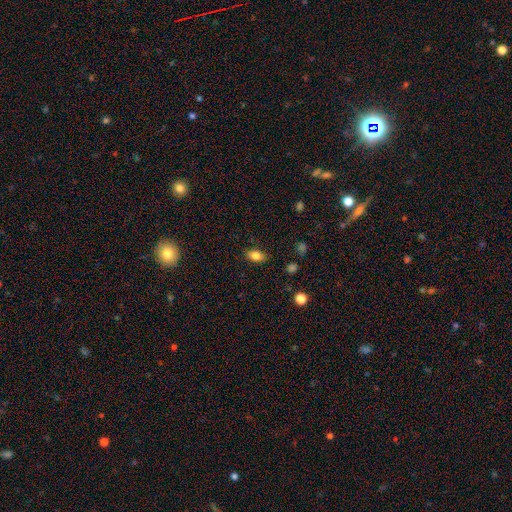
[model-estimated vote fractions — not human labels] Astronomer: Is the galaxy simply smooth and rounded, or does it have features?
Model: smooth — 82%.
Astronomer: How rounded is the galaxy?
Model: in between — 87%.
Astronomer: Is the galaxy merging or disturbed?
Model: none — 85%.